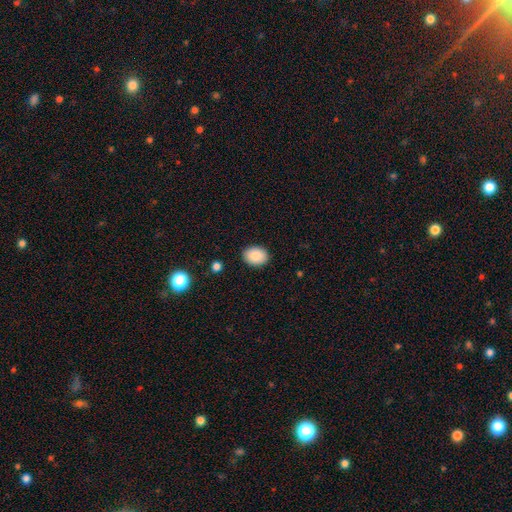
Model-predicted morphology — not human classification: Q: Smooth or featured?
A: smooth (88%); runner-up: star or artifact (8%)
Q: How rounded?
A: in between (64%); runner-up: round (35%)
Q: Merging?
A: none (89%); runner-up: minor disturbance (8%)